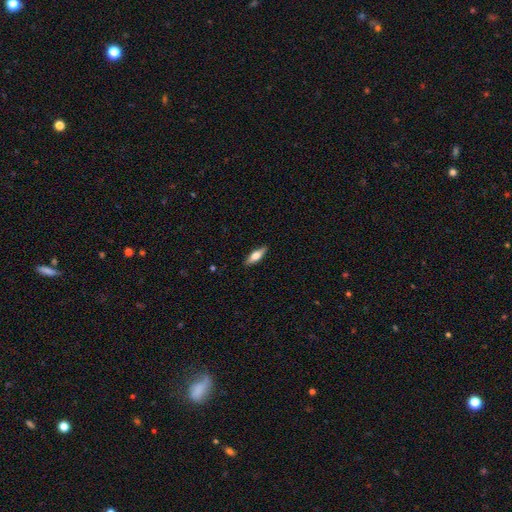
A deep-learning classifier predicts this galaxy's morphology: This is possibly a smooth galaxy (55%). How rounded: possibly in between (53%). Merging: clearly none (89%).